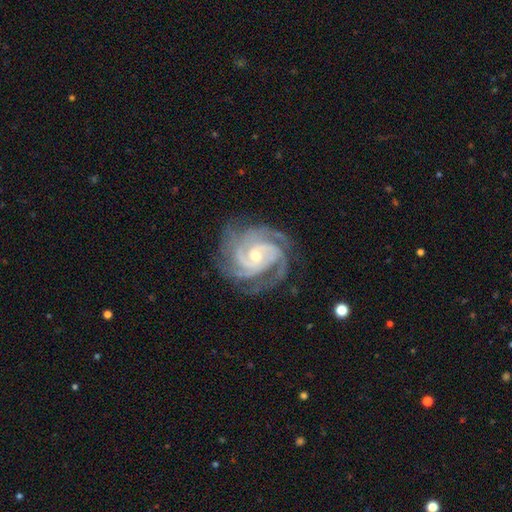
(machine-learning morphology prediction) Smooth or featured? featured or disk (92%)
Edge-on disk? no (98%)
Bar? no (56%)
Spiral arms? yes (99%)
Spiral winding? tight (66%)
Spiral arm count? 3 (42%)
Bulge size? small (54%)
Merging? none (76%)